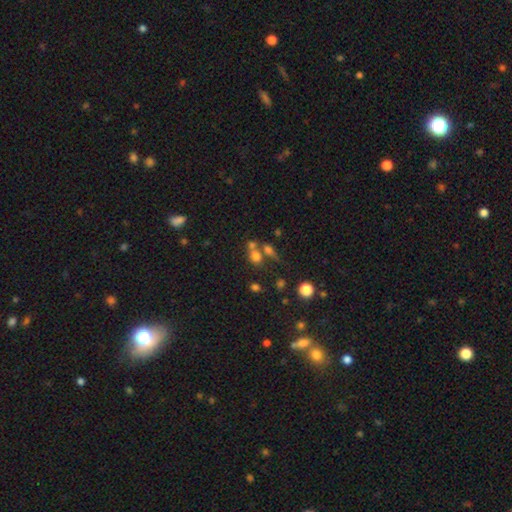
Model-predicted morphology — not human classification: type=smooth (68%); roundness=round (60%); merging=merger (44%).